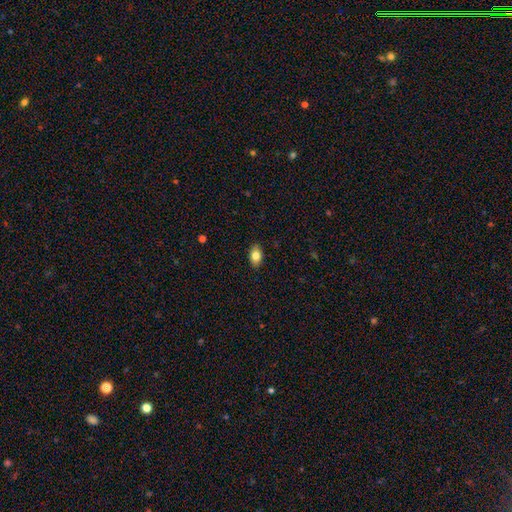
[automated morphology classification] smooth-or-featured: smooth: 80% | featured or disk: 12% | star or artifact: 8%
  how-rounded: in between: 88% | round: 9% | cigar-shaped: 3%
  merging: none: 88% | minor disturbance: 9% | major disturbance: 2% | merger: 1%